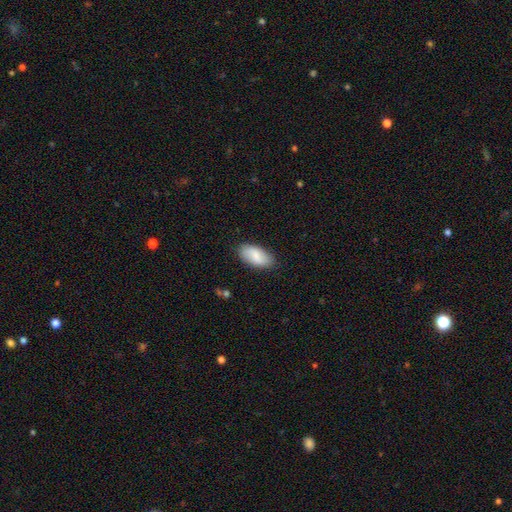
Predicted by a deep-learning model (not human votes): smooth-or-featured: smooth: 76% | featured or disk: 18% | star or artifact: 6%
  how-rounded: in between: 94% | cigar-shaped: 3% | round: 3%
  merging: none: 83% | minor disturbance: 14% | major disturbance: 3% | merger: 1%